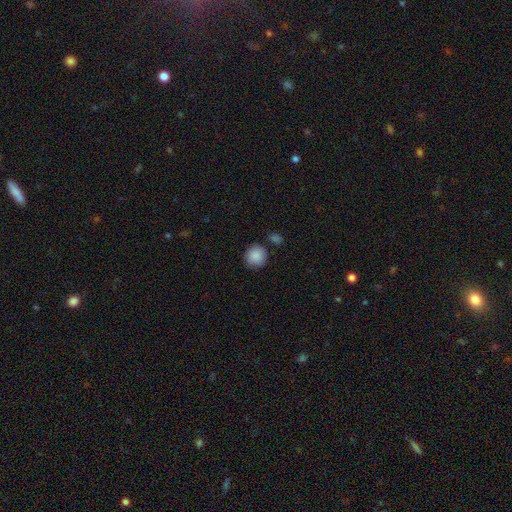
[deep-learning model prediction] Overall: smooth (88%). How rounded: round (86%). Merging: none (77%).